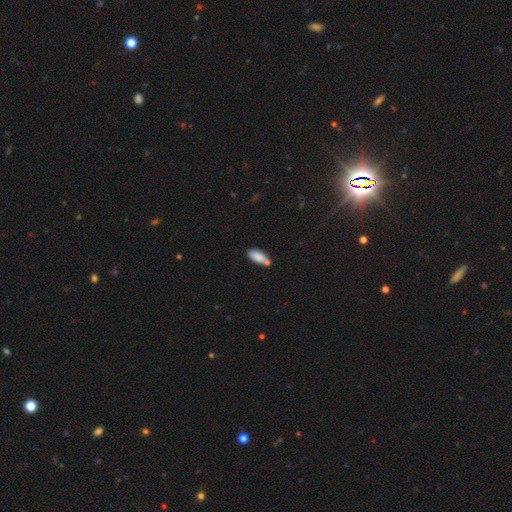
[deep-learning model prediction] Smooth or featured? smooth (55%)
How rounded? in between (73%)
Merging? none (72%)